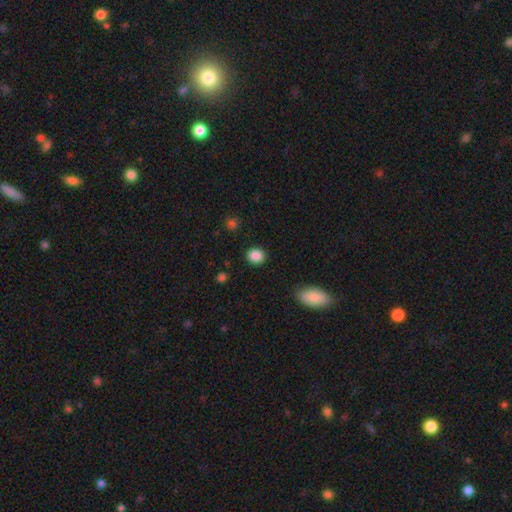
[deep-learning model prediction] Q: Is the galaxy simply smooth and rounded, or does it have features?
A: smooth — 87%.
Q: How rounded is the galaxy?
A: round — 78%.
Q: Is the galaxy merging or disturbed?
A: none — 90%.